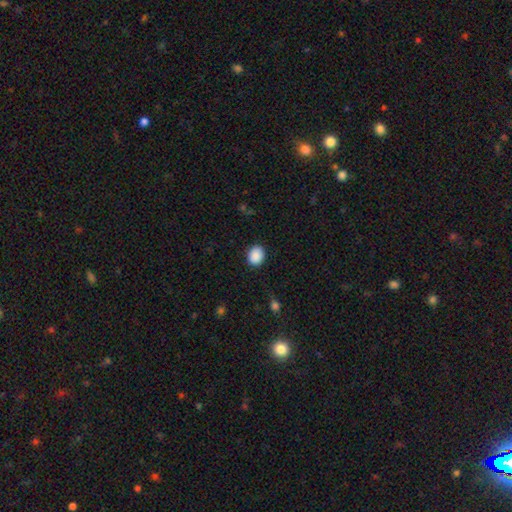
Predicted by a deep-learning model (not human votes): Overall: smooth (90%). How rounded: round (54%; in between 45%). Merging: none (88%).